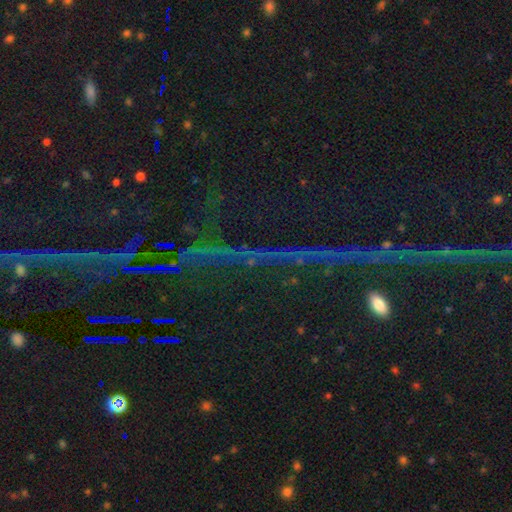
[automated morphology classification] This appears to be a star or artifact, not a galaxy (83%).